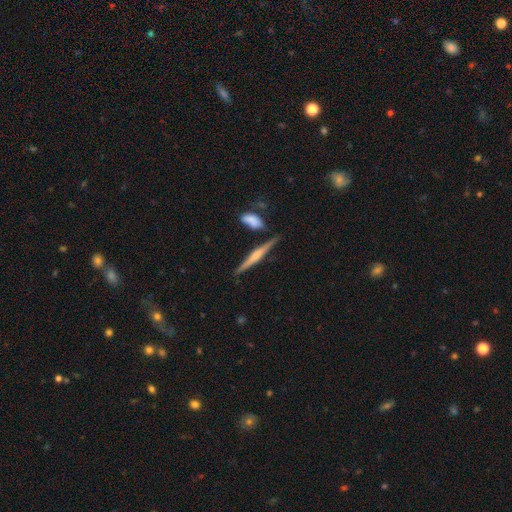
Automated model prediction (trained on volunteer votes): A featured or disk galaxy (65%) viewed edge-on (97%) with a rounded central bulge (59%).

Vote fractions:
- Smooth or featured? featured or disk: 65% / smooth: 29% / star or artifact: 6%
- Edge-on disk? yes: 97% / no: 3%
- Edge-on bulge? rounded: 59% / boxy: 24% / none: 18%
- Merging? none: 79% / minor disturbance: 11% / merger: 7% / major disturbance: 3%